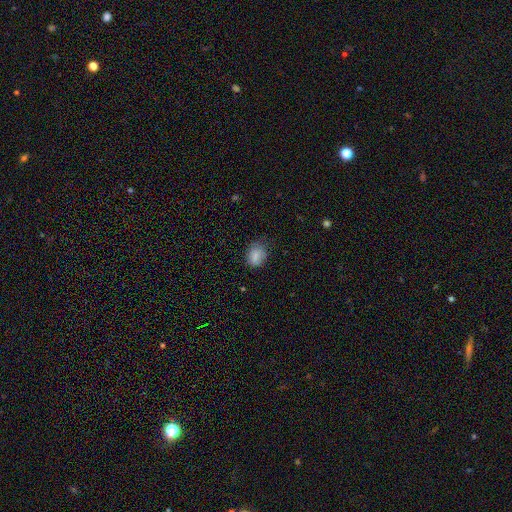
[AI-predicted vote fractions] This is clearly a smooth galaxy (83%). How rounded: likely in between (60%). Merging: possibly none (59%).